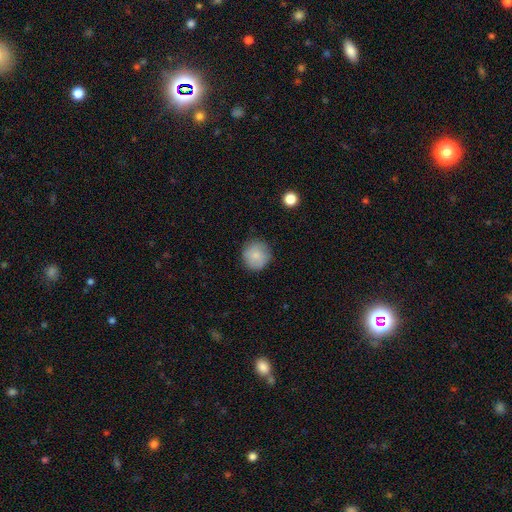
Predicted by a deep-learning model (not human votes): Smooth or featured? smooth (81%)
How rounded? round (91%)
Merging? none (83%)